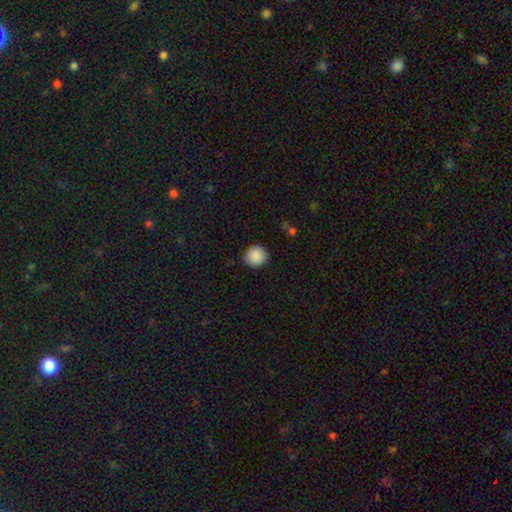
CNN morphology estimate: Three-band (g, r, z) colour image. It shows a smooth galaxy with no disk features (89%) that is round (93%). Merging: none (87%).